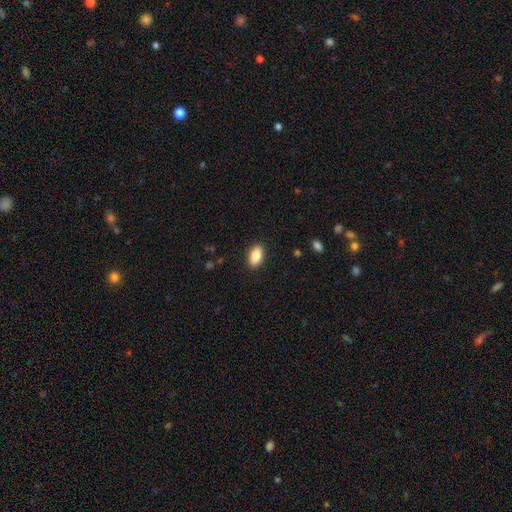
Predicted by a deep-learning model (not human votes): Overall: smooth (85%). How rounded: in between (90%). Merging: none (89%).